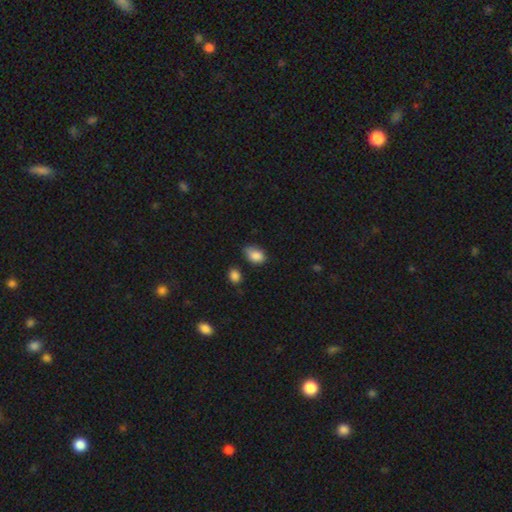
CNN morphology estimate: smooth_or_featured: smooth (p=0.85) [alt: star or artifact p=0.09]
how_rounded: in between (p=0.79) [alt: round p=0.20]
merging: none (p=0.48) [alt: minor disturbance p=0.39]